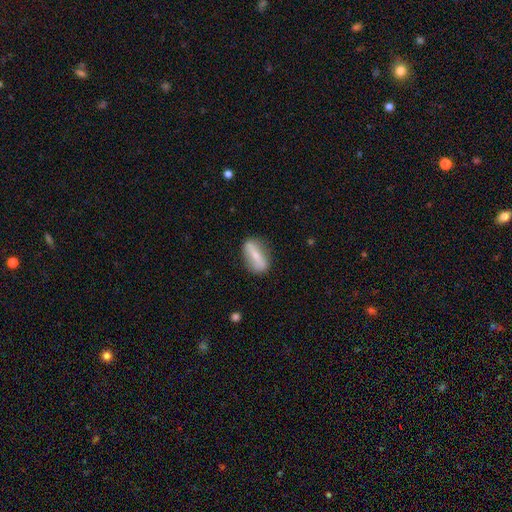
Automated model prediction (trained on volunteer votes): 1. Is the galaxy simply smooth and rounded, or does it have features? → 48% featured or disk, 46% smooth, 7% star or artifact.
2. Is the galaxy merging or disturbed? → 80% none, 14% minor disturbance, 4% major disturbance, 2% merger.